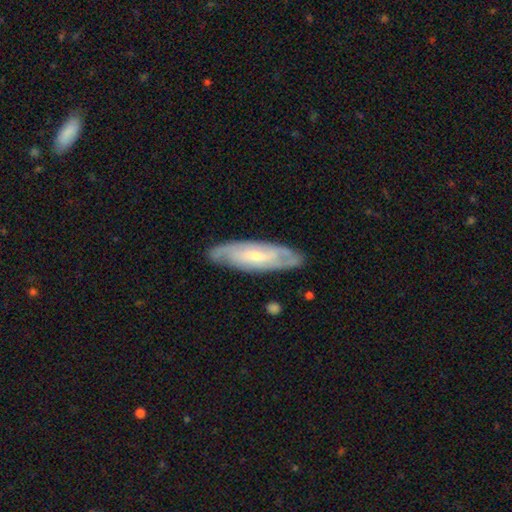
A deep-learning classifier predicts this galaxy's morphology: This appears to be a featured or disk galaxy (73%) with a weak bar (42%), 2 (47%) tight (51%) spiral arms (89%) and a small central bulge (65%). Merging: none (81%).